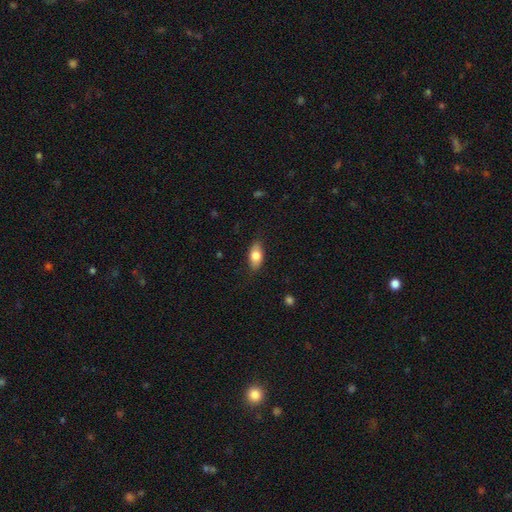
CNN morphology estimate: The model was most divided on "smooth or featured": smooth: 76%, featured or disk: 17%, star or artifact: 7%. More confident: how rounded — in between (87%); merging — none (83%).